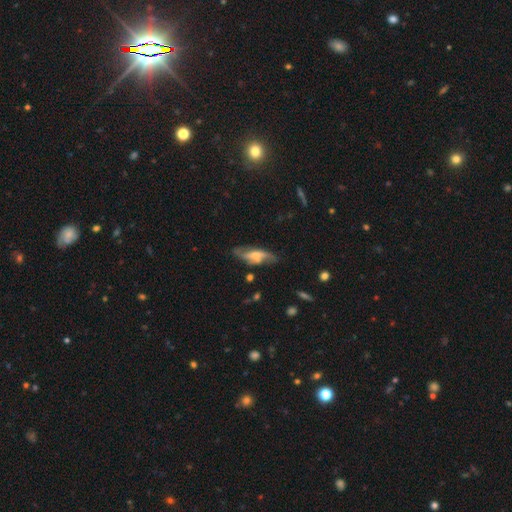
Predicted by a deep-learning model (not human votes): smooth_or_featured: featured or disk (p=0.68) [alt: smooth p=0.25]
disk_edge_on: no (p=0.76) [alt: yes p=0.24]
bar: weak (p=0.41) [alt: no p=0.40]
has_spiral_arms: yes (p=0.88) [alt: no p=0.12]
bulge_size: small (p=0.43) [alt: moderate p=0.40]
merging: none (p=0.66) [alt: minor disturbance p=0.22]